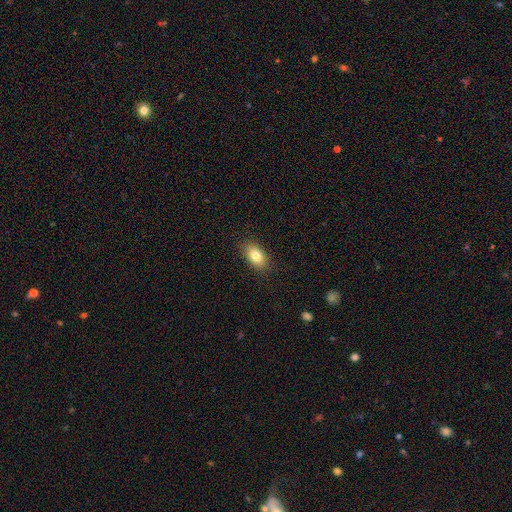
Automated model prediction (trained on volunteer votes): Smooth or featured?
  - smooth: 81% *
  - featured or disk: 11%
  - star or artifact: 8%
How rounded?
  - in between: 88% *
  - round: 10%
  - cigar-shaped: 2%
Merging?
  - none: 88% *
  - minor disturbance: 9%
  - major disturbance: 2%
  - merger: 1%